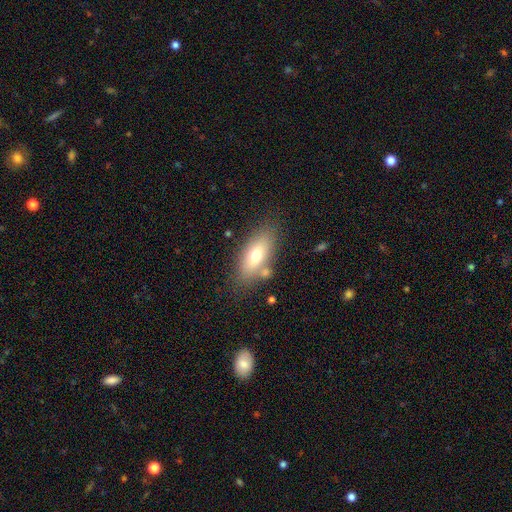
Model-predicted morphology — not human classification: Smooth or featured: smooth — 67% (featured or disk — 24%)
How rounded: in between — 80% (cigar-shaped — 15%)
Merging: none — 73% (minor disturbance — 14%)